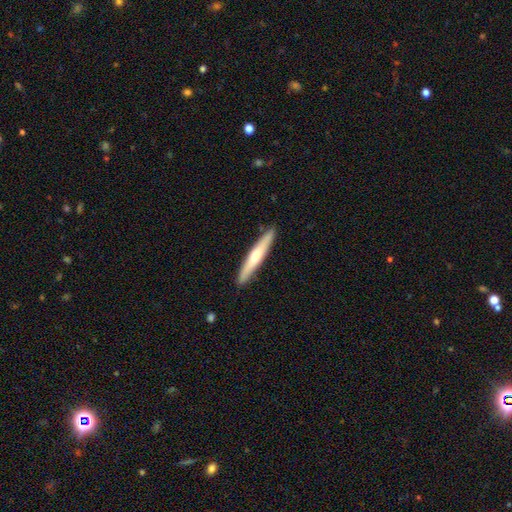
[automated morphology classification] Smooth or featured? Predicted: smooth (p=0.52). How rounded? Predicted: cigar-shaped (p=0.94). Merging? Predicted: none (p=0.90).